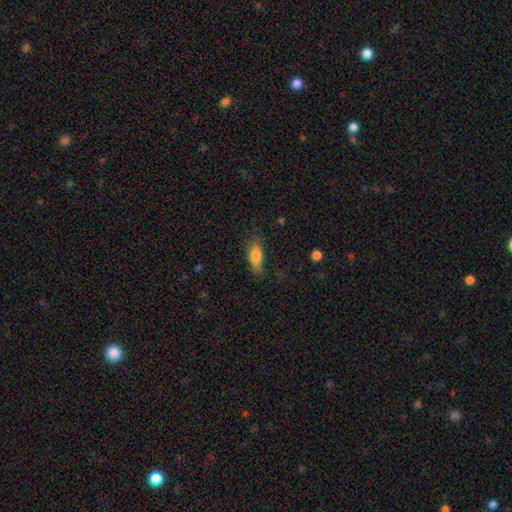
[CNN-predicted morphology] Smooth or featured? smooth (79%)
How rounded? in between (71%)
Merging? none (67%)